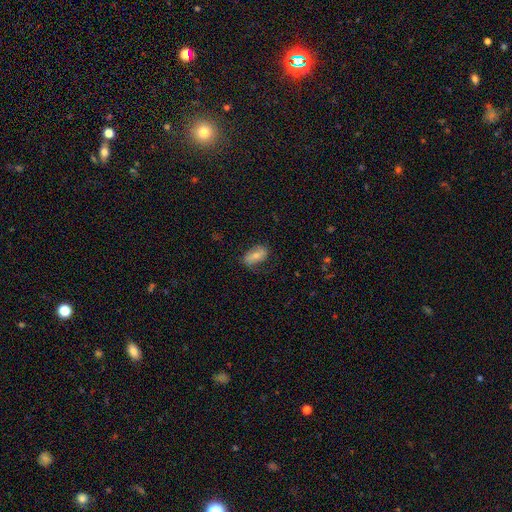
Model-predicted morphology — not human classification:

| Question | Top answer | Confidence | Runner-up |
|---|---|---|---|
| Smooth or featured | smooth | 65% | featured or disk (28%) |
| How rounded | in between | 90% | round (6%) |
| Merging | none | 70% | minor disturbance (22%) |